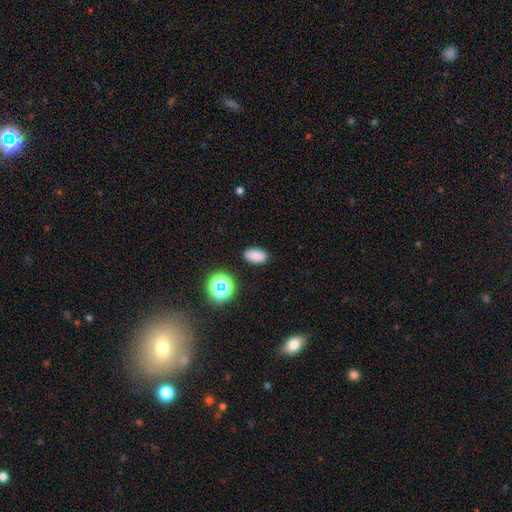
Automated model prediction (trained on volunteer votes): smooth 81%, star or artifact 14%, featured or disk 6%. Down the decision tree: how rounded — in between (91%); merging — none (87%).